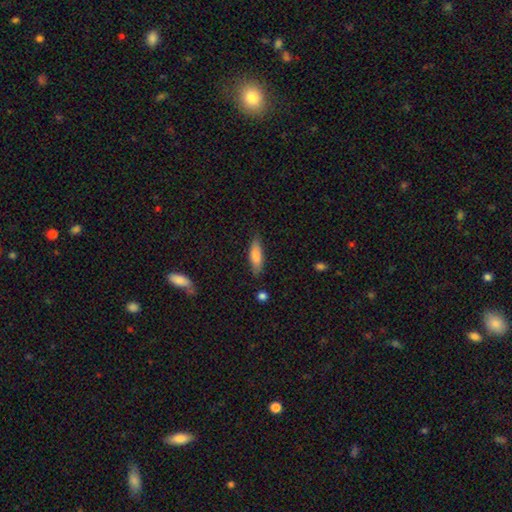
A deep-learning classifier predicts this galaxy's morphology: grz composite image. It shows a smooth galaxy with no disk features (77%) that is cigar-shaped (50%). Merging: none (78%).